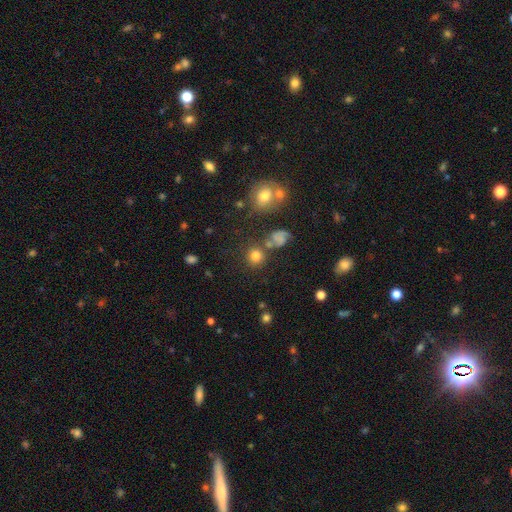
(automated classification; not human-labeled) smooth 78%, star or artifact 14%, featured or disk 9%. Down the decision tree: how rounded — round (87%); merging — none (72%).